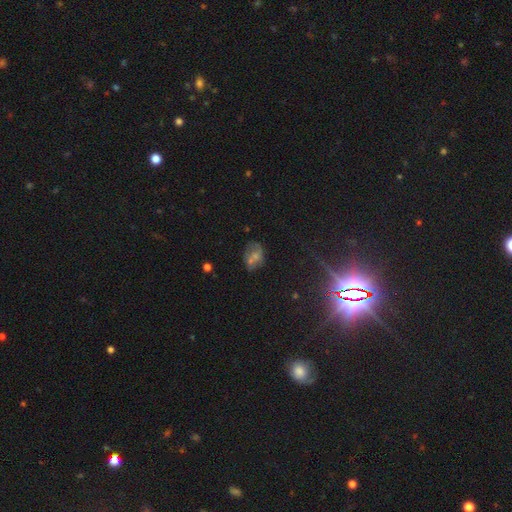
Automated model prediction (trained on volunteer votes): Overall: star or artifact (35%, tied with featured or disk).